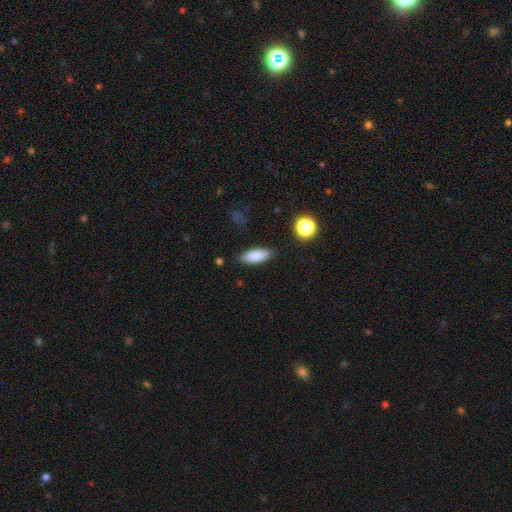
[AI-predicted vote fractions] Smooth or featured?
  - smooth: 85% *
  - star or artifact: 8%
  - featured or disk: 7%
How rounded?
  - in between: 75% *
  - cigar-shaped: 22%
  - round: 3%
Merging?
  - none: 85% *
  - minor disturbance: 10%
  - major disturbance: 3%
  - merger: 2%